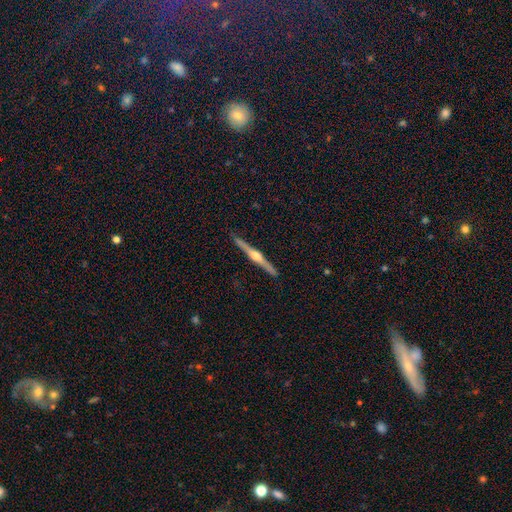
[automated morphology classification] Q: Smooth or featured?
A: featured or disk (82%); runner-up: smooth (13%)
Q: Edge-on disk?
A: yes (99%); runner-up: no (1%)
Q: Edge-on bulge?
A: rounded (94%); runner-up: boxy (3%)
Q: Merging?
A: none (92%); runner-up: minor disturbance (6%)